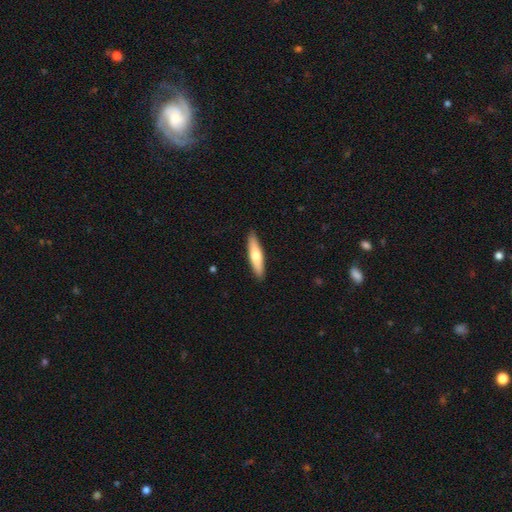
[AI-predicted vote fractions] Smooth or featured? smooth (62%)
How rounded? cigar-shaped (80%)
Merging? none (91%)